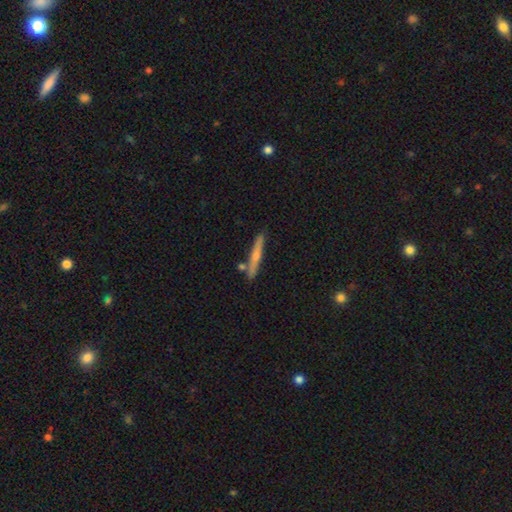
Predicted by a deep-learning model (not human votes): Q: Smooth or featured?
A: smooth (50%); runner-up: featured or disk (44%)
Q: Merging?
A: none (81%); runner-up: minor disturbance (10%)